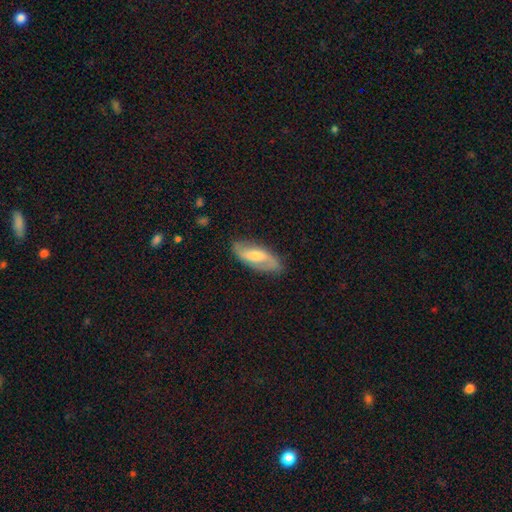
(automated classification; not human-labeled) The model was most divided on "bulge size": moderate: 46%, small: 38%, large: 8%, none: 7%, dominant: 1%. Remaining: edge-on disk — no (89%); spiral arms — yes (89%); spiral arm count — 2 (86%); merging — none (80%); smooth or featured — featured or disk (63%); spiral winding — loose (47%); bar — weak (46%).